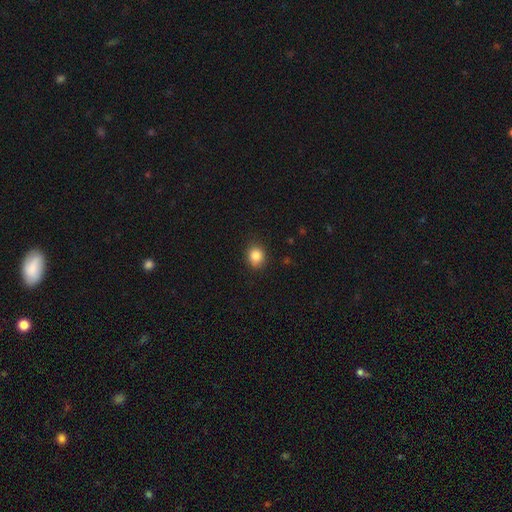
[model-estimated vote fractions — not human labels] Overall: smooth (85%). How rounded: round (66%; in between 33%). Merging: none (85%).